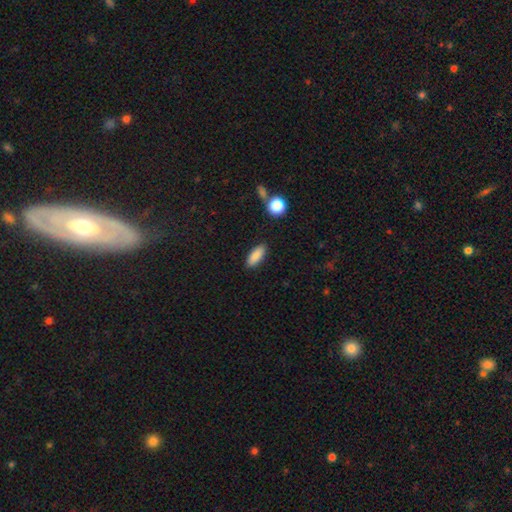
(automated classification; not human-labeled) smooth_or_featured: smooth (p=0.87) [alt: star or artifact p=0.07]
how_rounded: in between (p=0.75) [alt: cigar-shaped p=0.22]
merging: none (p=0.87) [alt: minor disturbance p=0.09]